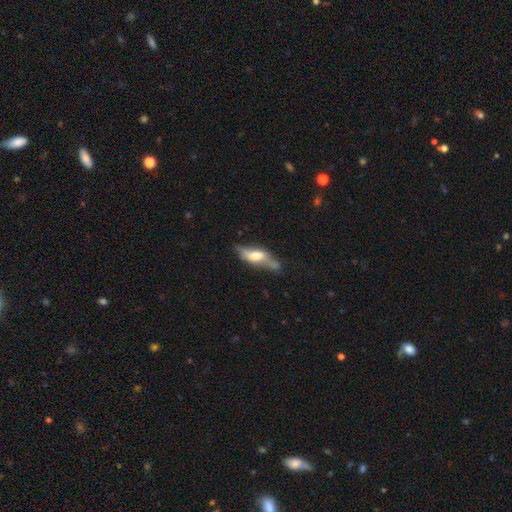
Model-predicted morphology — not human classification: A featured or disk galaxy (54%) viewed edge-on (64%).

Vote fractions:
- Smooth or featured? featured or disk: 54% / smooth: 39% / star or artifact: 7%
- Edge-on disk? yes: 64% / no: 36%
- Merging? none: 51% / minor disturbance: 29% / major disturbance: 13% / merger: 7%